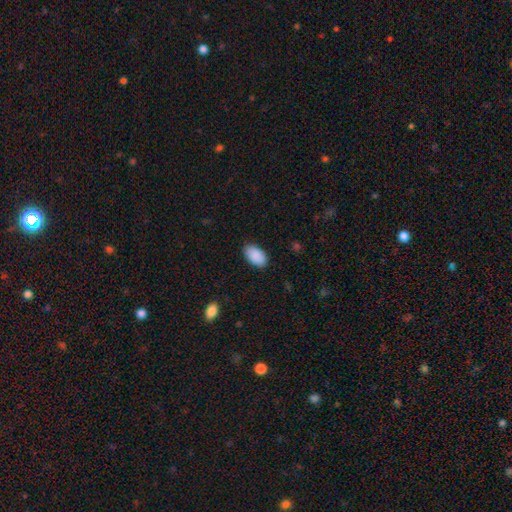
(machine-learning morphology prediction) Smooth or featured? smooth (91%)
How rounded? in between (95%)
Merging? none (87%)